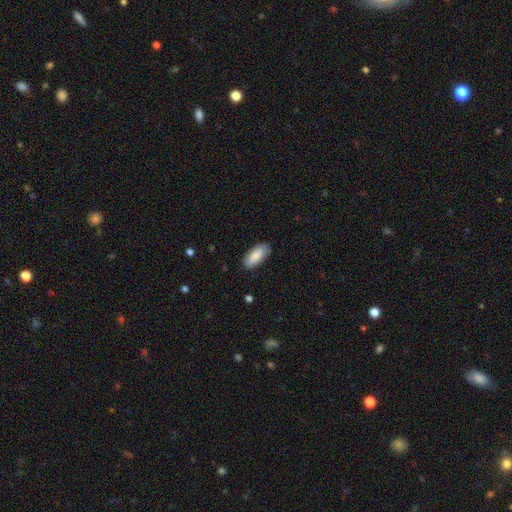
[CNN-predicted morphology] type=smooth (85%); roundness=in between (84%); merging=none (84%).